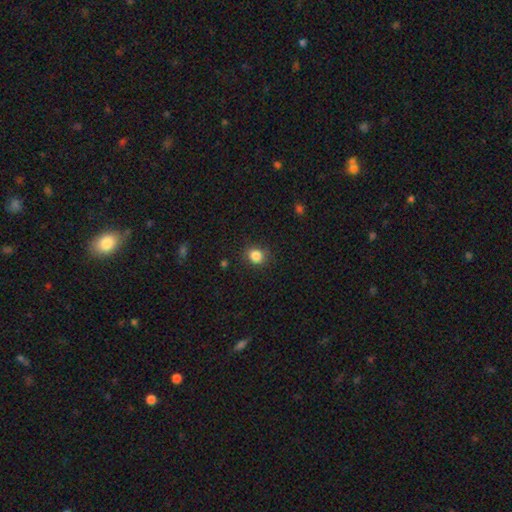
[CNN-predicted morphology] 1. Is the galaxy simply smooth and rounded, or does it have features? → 85% smooth, 11% star or artifact, 4% featured or disk.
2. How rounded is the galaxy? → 77% round, 22% in between, 1% cigar-shaped.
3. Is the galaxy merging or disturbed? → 85% none, 10% minor disturbance, 3% major disturbance, 1% merger.